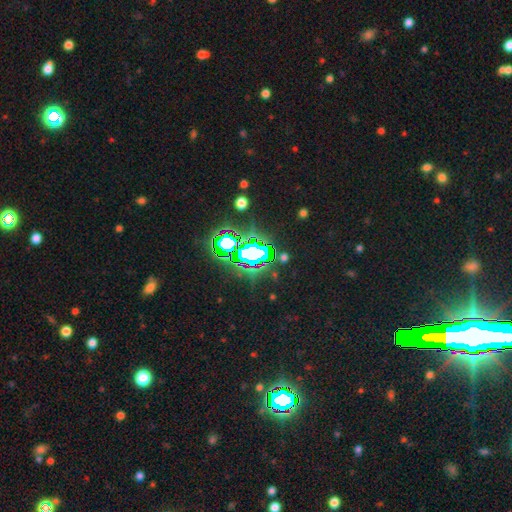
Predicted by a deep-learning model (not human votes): This is likely a star or artifact rather than a galaxy (74%).